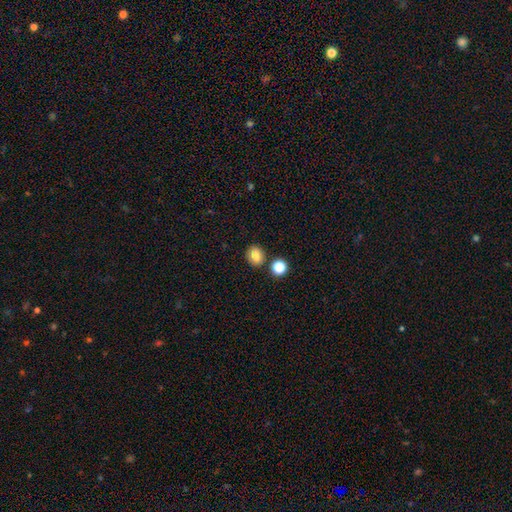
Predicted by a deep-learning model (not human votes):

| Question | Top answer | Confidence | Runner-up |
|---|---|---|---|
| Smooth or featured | smooth | 84% | star or artifact (11%) |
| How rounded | round | 62% | in between (37%) |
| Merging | none | 81% | minor disturbance (9%) |